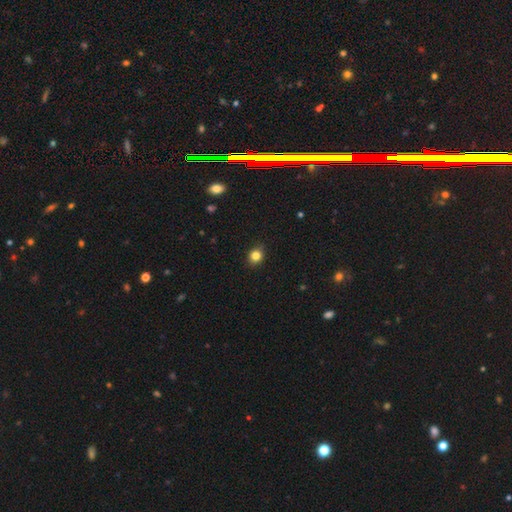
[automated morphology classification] smooth 83%, star or artifact 11%, featured or disk 5%. Down the decision tree: how rounded — round (67%); merging — none (88%).